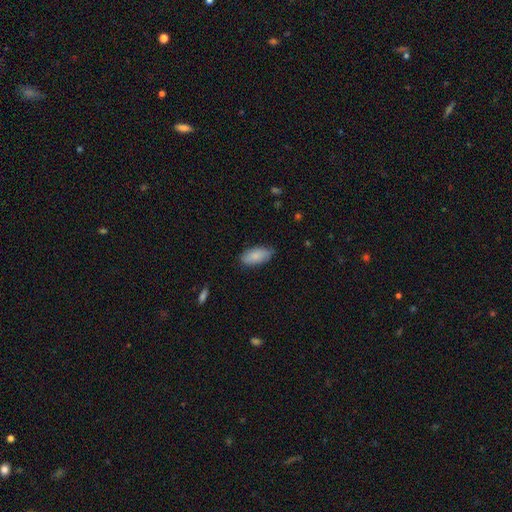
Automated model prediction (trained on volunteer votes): This appears to be a smooth galaxy with no disk features (85%) that is in between round and cigar-shaped (91%). Merging: none (75%).